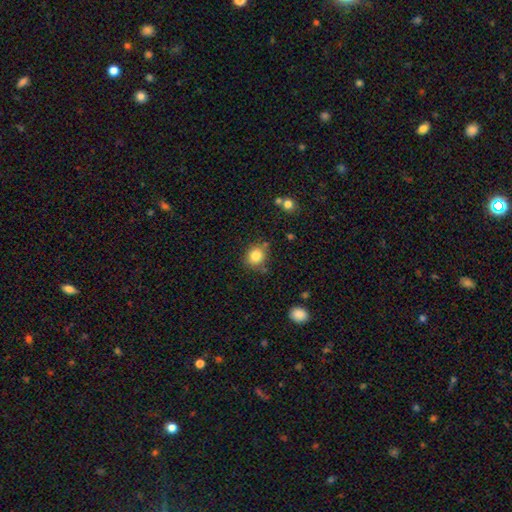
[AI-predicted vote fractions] This appears to be a smooth galaxy with no disk features (83%) that is round (81%). Merging: none (75%).